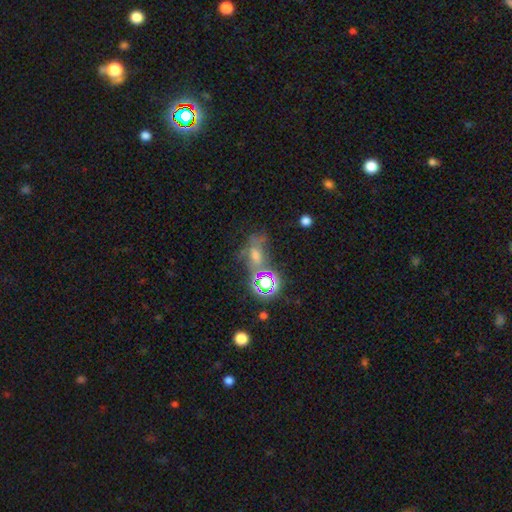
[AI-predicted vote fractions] star or artifact 42%, smooth 30%, featured or disk 27%.